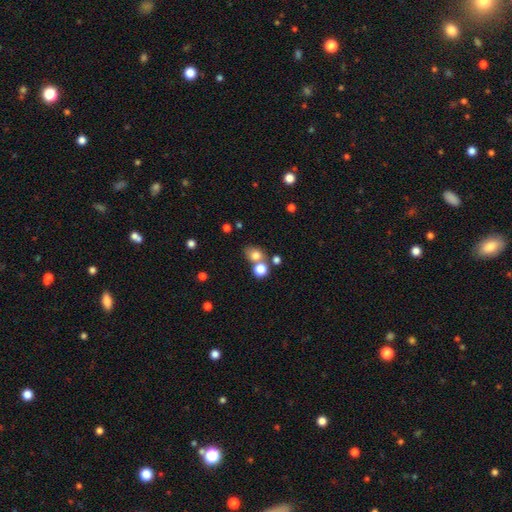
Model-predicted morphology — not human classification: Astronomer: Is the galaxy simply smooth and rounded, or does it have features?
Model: smooth — 75%.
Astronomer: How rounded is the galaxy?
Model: round — 56% (runner-up: in between, 43%).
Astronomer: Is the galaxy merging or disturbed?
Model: none — 56%.